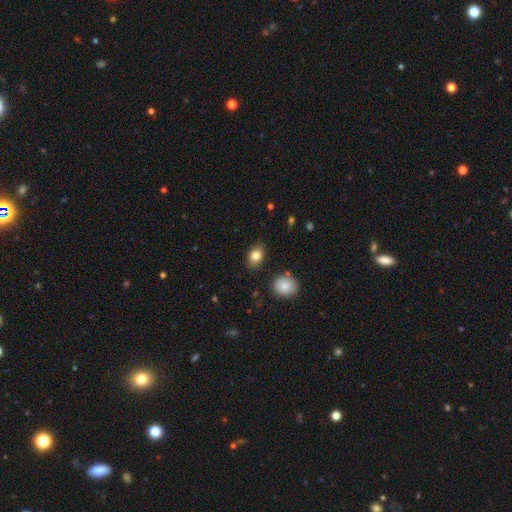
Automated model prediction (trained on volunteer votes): Q: Smooth or featured?
A: smooth (83%); runner-up: star or artifact (9%)
Q: How rounded?
A: in between (73%); runner-up: round (26%)
Q: Merging?
A: none (86%); runner-up: minor disturbance (9%)